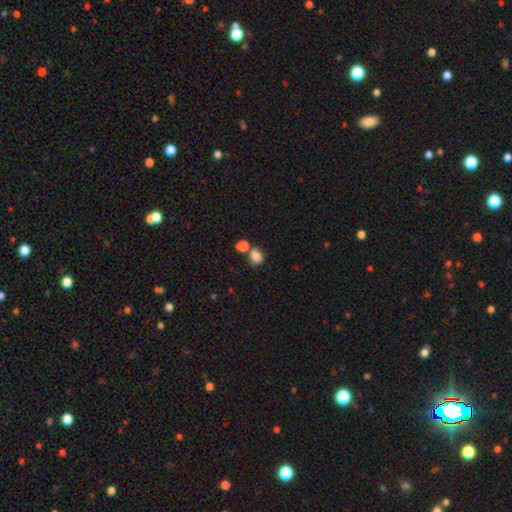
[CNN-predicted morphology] A smooth galaxy with no disk features (82%) that is in between round and cigar-shaped (49%, tied with round).

Vote fractions:
- Smooth or featured? smooth: 82% / star or artifact: 11% / featured or disk: 7%
- How rounded? in between: 49% (tied) / round: 49% (tied) / cigar-shaped: 1%
- Merging? none: 51% / merger: 32% / minor disturbance: 13% / major disturbance: 5%